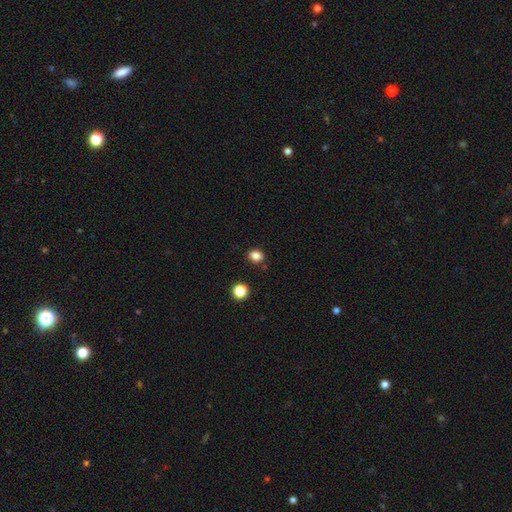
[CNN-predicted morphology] smooth_or_featured: smooth (p=0.84) [alt: star or artifact p=0.13]
how_rounded: round (p=0.65) [alt: in between p=0.34]
merging: none (p=0.85) [alt: minor disturbance p=0.09]